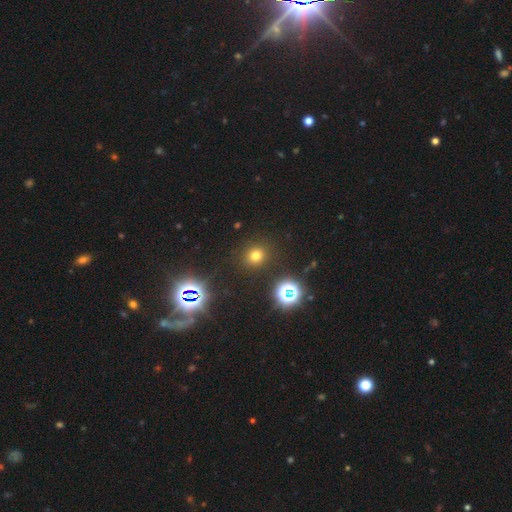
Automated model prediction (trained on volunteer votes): This is likely a smooth galaxy (69%). How rounded: clearly round (85%). Merging: clearly none (89%).